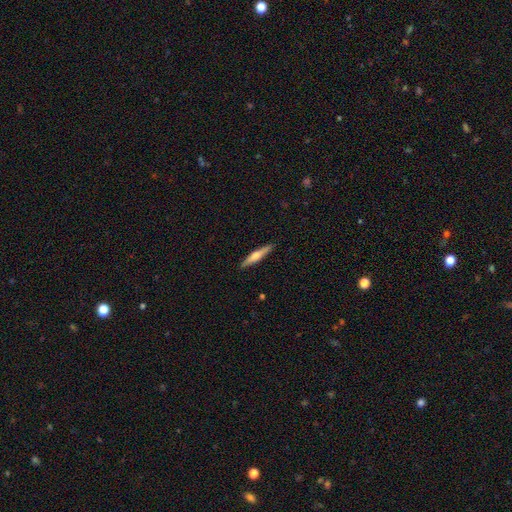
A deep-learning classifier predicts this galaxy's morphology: This is possibly a featured or disk galaxy (52%). It is clearly viewed edge-on (97%). Edge-on bulge: clearly rounded (82%). Merging: clearly none (91%).